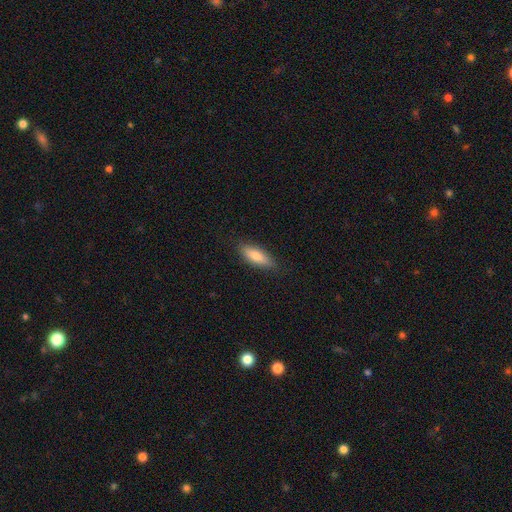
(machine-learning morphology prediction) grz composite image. It shows a smooth galaxy with no disk features (75%) that is in between round and cigar-shaped (56%). Merging: none (85%).